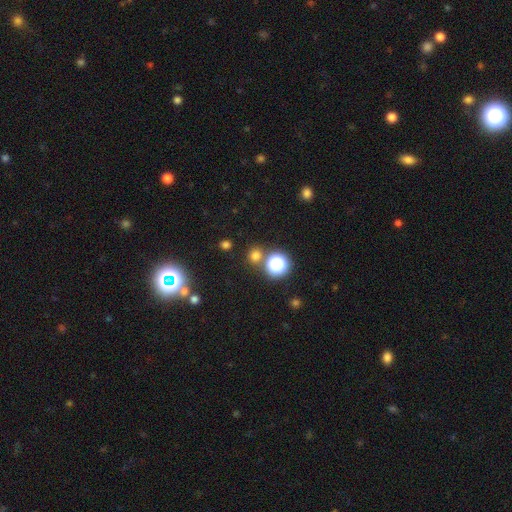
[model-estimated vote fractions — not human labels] Q: Smooth or featured?
A: smooth (66%); runner-up: star or artifact (28%)
Q: How rounded?
A: round (88%); runner-up: in between (11%)
Q: Merging?
A: none (80%); runner-up: merger (11%)